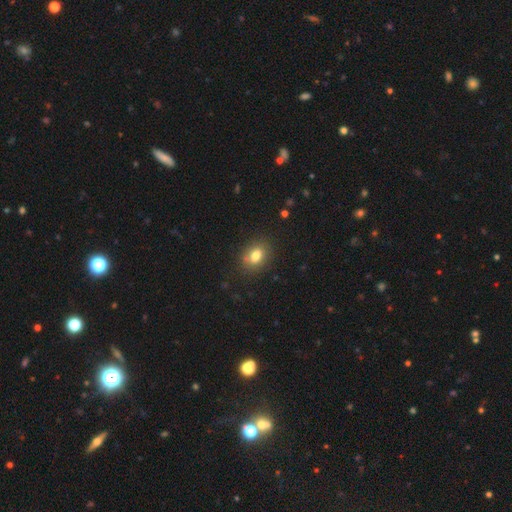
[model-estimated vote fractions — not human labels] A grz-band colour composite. It shows a smooth galaxy with no disk features (80%) that is in between round and cigar-shaped (66%). Merging: none (83%).